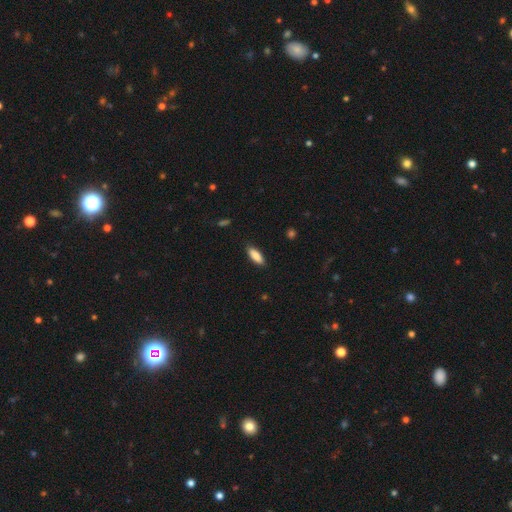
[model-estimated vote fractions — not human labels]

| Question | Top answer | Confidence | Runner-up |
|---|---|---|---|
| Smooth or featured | smooth | 87% | featured or disk (7%) |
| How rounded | in between | 69% | cigar-shaped (30%) |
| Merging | none | 86% | minor disturbance (11%) |